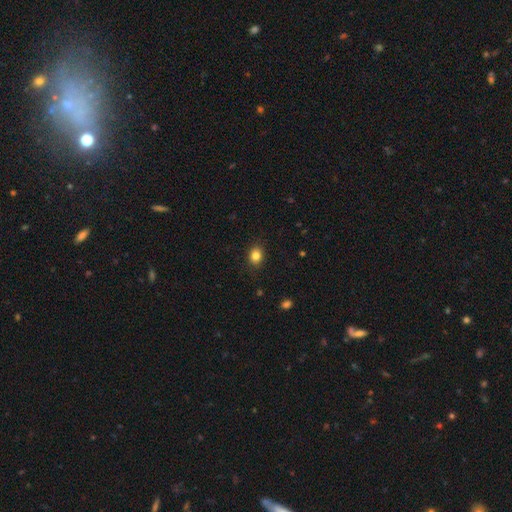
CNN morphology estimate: Overall: smooth (84%). How rounded: in between (52%; round 47%). Merging: none (88%).